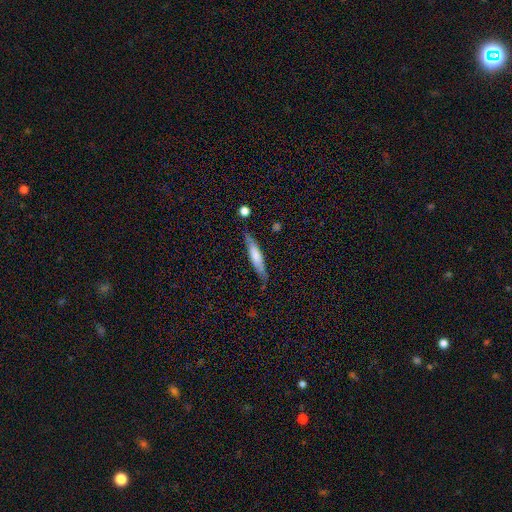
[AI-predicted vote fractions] Smooth or featured: smooth — 58% (featured or disk — 36%)
How rounded: cigar-shaped — 87% (in between — 12%)
Merging: none — 80% (minor disturbance — 15%)